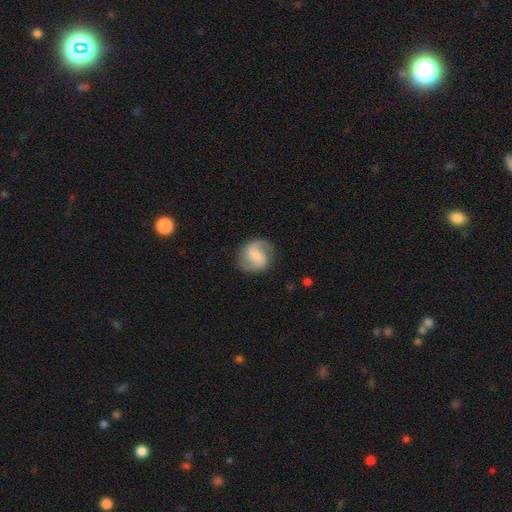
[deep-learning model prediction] Smooth or featured: featured or disk — 79% (smooth — 15%)
Edge-on disk: no — 98% (yes — 2%)
Bar: weak — 49% (no — 35%)
Spiral arms: yes — 96% (no — 4%)
Spiral winding: medium — 51% (loose — 29%)
Spiral arm count: 2 — 89% (1 — 4%)
Bulge size: small — 44% (moderate — 33%)
Merging: none — 81% (minor disturbance — 13%)